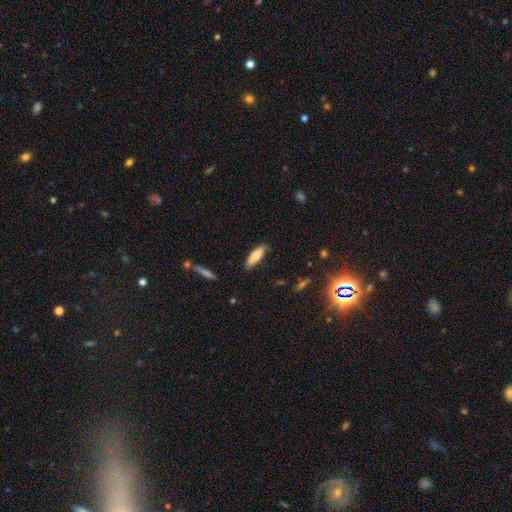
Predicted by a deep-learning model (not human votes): This appears to be a smooth galaxy with no disk features (81%) that is cigar-shaped (53%). Merging: none (84%).